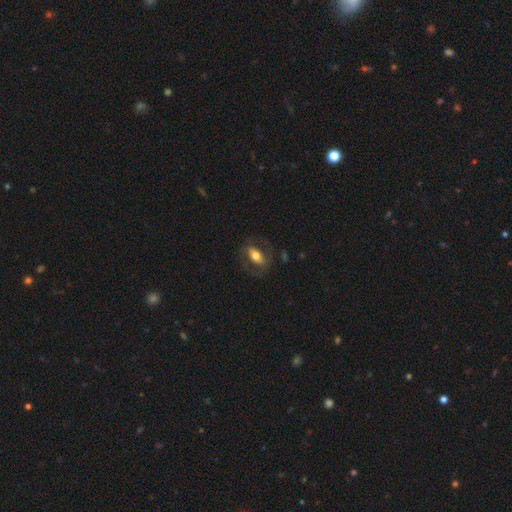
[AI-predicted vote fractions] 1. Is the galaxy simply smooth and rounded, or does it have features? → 48% smooth, 45% featured or disk, 7% star or artifact.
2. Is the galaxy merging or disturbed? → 70% none, 15% minor disturbance, 13% major disturbance, 1% merger.